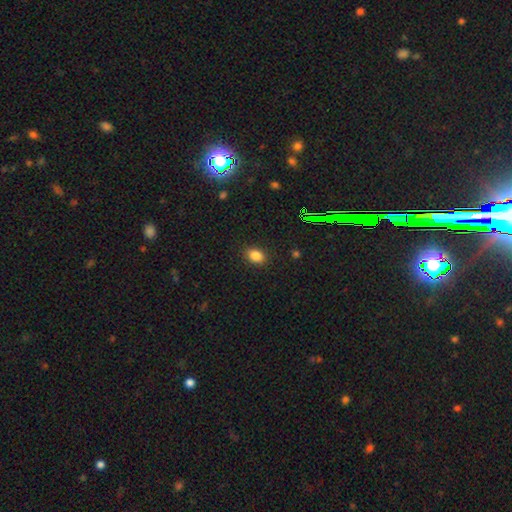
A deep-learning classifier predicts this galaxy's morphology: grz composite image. It shows a smooth galaxy with no disk features (84%) that is in between round and cigar-shaped (68%). Merging: none (89%).